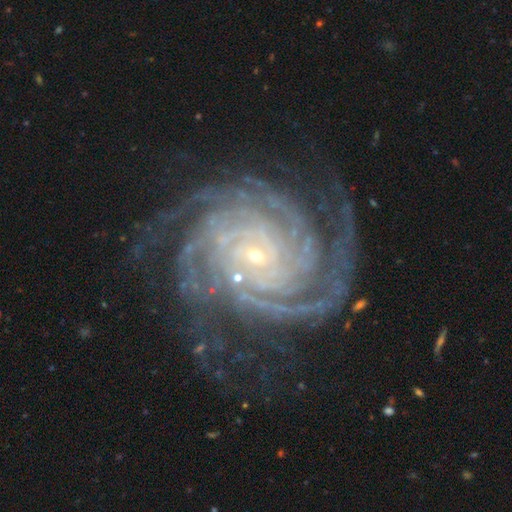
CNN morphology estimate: Smooth or featured: featured or disk — 91% (star or artifact — 6%)
Edge-on disk: no — 98% (yes — 2%)
Bar: no — 66% (weak — 22%)
Spiral arms: yes — 99% (no — 1%)
Spiral winding: tight — 80% (medium — 18%)
Spiral arm count: more than 4 — 28% (4 — 27%)
Bulge size: small — 86% (moderate — 9%)
Merging: none — 73% (minor disturbance — 16%)